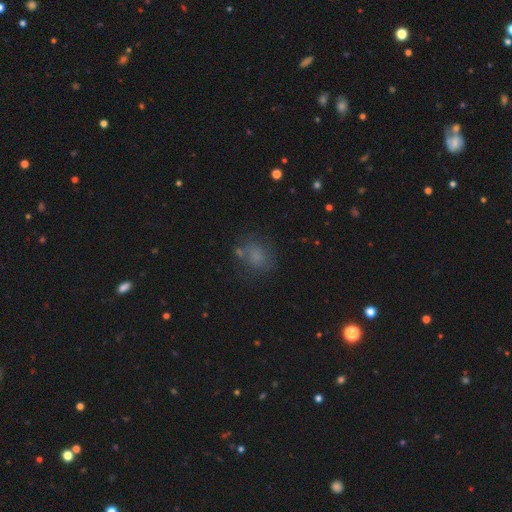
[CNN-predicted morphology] Smooth or featured?
  - smooth: 68% *
  - star or artifact: 17%
  - featured or disk: 15%
How rounded?
  - round: 60% *
  - in between: 39%
  - cigar-shaped: 1%
Merging?
  - none: 62% *
  - minor disturbance: 19%
  - major disturbance: 11%
  - merger: 9%